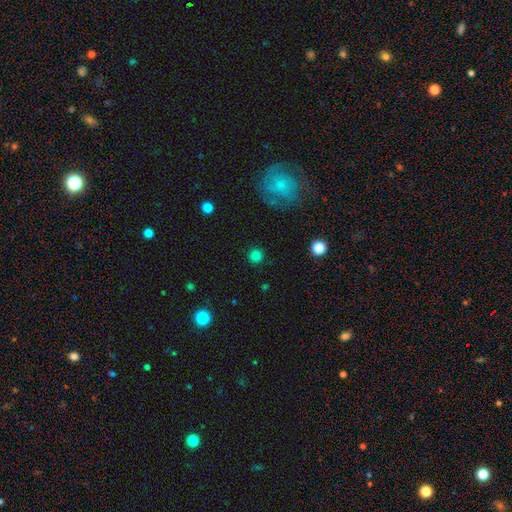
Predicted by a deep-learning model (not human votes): smooth_or_featured: smooth (p=0.82) [alt: star or artifact p=0.13]
how_rounded: round (p=0.94) [alt: in between p=0.05]
merging: none (p=0.90) [alt: minor disturbance p=0.06]